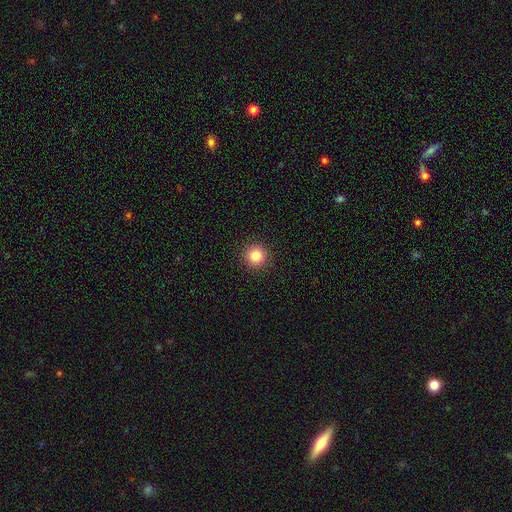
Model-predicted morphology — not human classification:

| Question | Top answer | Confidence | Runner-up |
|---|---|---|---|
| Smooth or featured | smooth | 84% | star or artifact (11%) |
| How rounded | round | 95% | in between (4%) |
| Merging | none | 92% | minor disturbance (5%) |